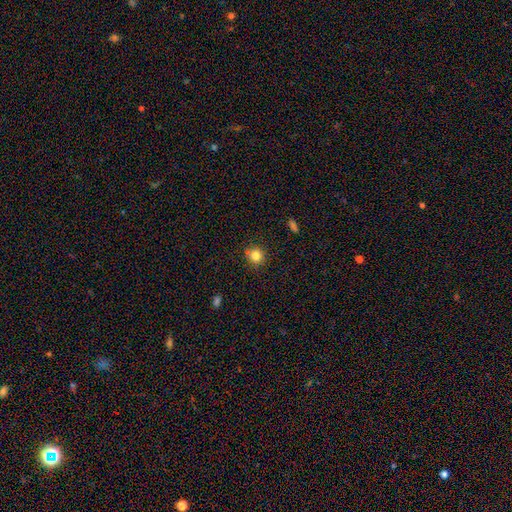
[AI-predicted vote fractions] Smooth or featured?
  - smooth: 82% *
  - star or artifact: 12%
  - featured or disk: 6%
How rounded?
  - round: 89% *
  - in between: 10%
  - cigar-shaped: 1%
Merging?
  - none: 84% *
  - minor disturbance: 11%
  - merger: 3%
  - major disturbance: 2%